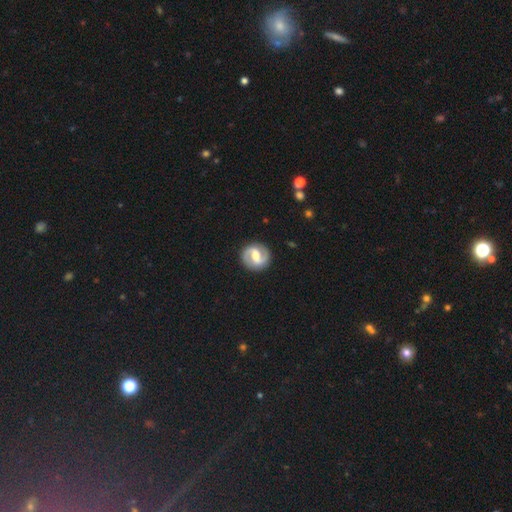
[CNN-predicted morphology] Smooth or featured: featured or disk — 84% (smooth — 12%)
Edge-on disk: no — 98% (yes — 2%)
Bar: weak — 44% (strong — 41%)
Spiral arms: yes — 94% (no — 6%)
Spiral winding: medium — 50% (tight — 32%)
Spiral arm count: 2 — 93% (can't tell — 3%)
Bulge size: moderate — 60% (small — 19%)
Merging: none — 89% (minor disturbance — 8%)